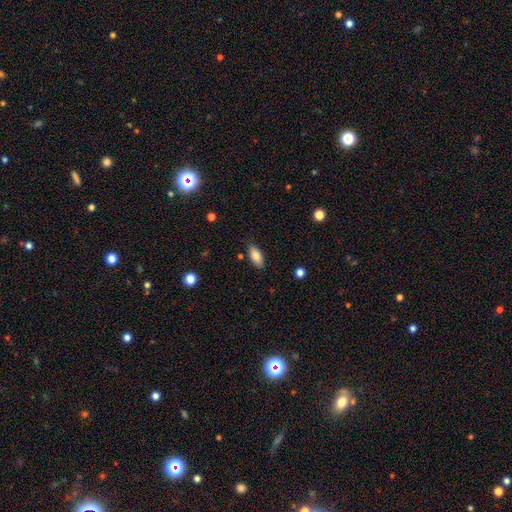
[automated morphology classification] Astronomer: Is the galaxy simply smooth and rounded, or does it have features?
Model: smooth — 82%.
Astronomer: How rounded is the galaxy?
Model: in between — 87%.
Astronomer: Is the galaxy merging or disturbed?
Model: none — 84%.